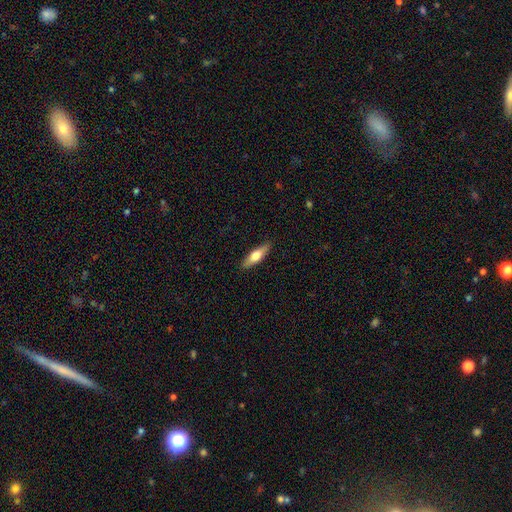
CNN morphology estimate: type=smooth (55%); roundness=cigar-shaped (58%); merging=none (89%).